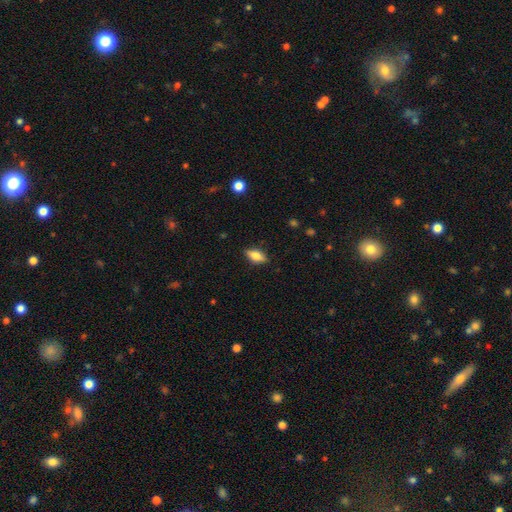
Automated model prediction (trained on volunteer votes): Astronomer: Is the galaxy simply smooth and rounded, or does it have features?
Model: smooth — 72%.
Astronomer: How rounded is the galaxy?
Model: in between — 82%.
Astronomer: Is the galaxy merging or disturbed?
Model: none — 85%.